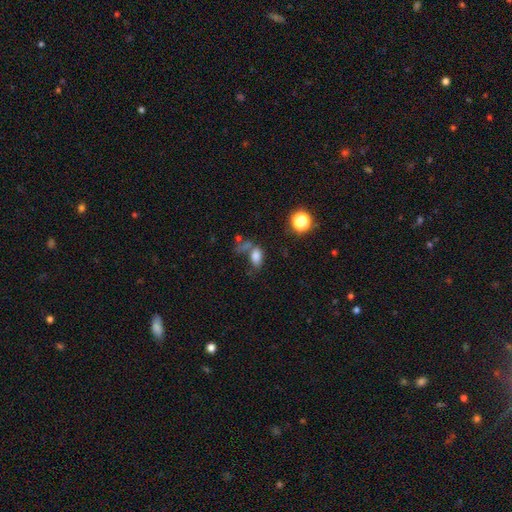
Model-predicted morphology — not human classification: smooth-or-featured: smooth: 77% | star or artifact: 14% | featured or disk: 8%
  how-rounded: in between: 86% | round: 11% | cigar-shaped: 3%
  merging: none: 43% | merger: 23% | minor disturbance: 18% | major disturbance: 16%